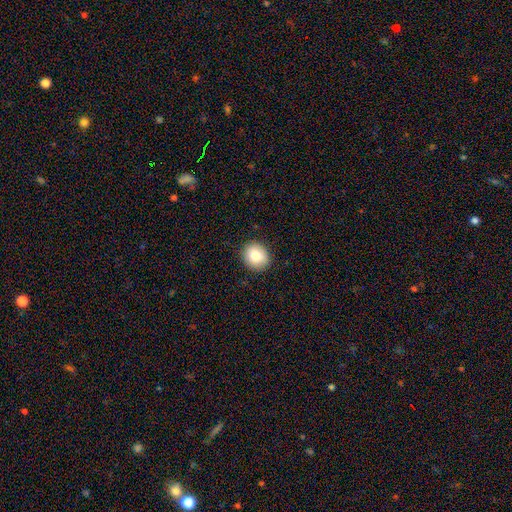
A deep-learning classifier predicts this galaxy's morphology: smooth-or-featured: smooth: 86% | star or artifact: 8% | featured or disk: 6%
  how-rounded: round: 72% | in between: 27% | cigar-shaped: 1%
  merging: none: 89% | minor disturbance: 8% | major disturbance: 2% | merger: 1%